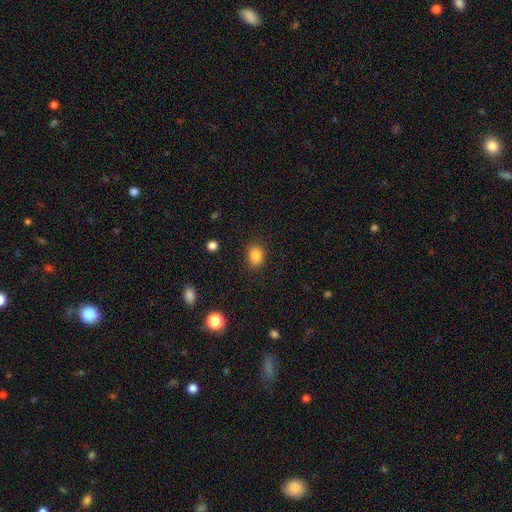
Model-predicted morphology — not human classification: Smooth or featured: smooth — 85% (star or artifact — 11%)
How rounded: round — 55% (in between — 44%)
Merging: none — 88% (minor disturbance — 8%)